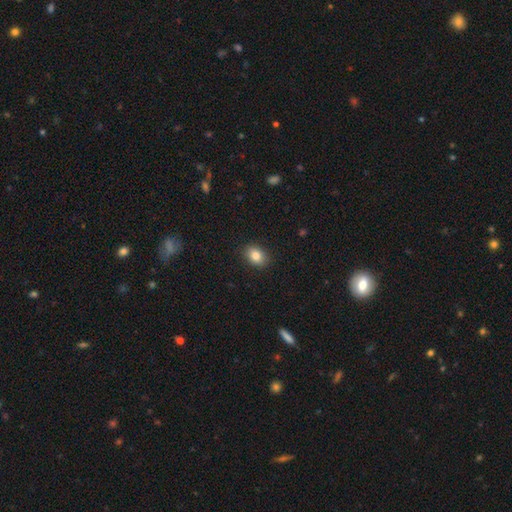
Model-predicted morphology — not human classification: type=smooth (84%); roundness=in between (71%); merging=none (89%).